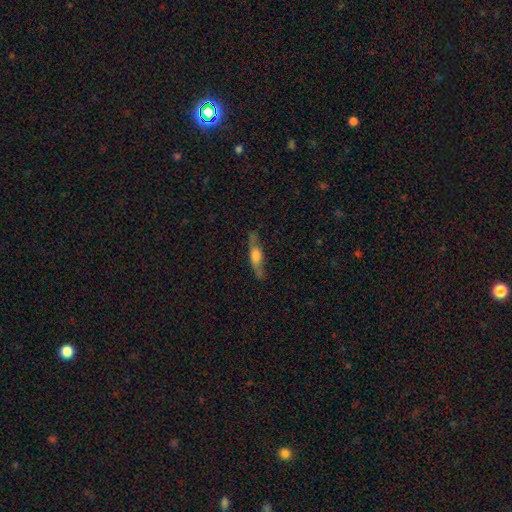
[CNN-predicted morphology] The model was most divided on "smooth or featured": featured or disk: 49%, smooth: 44%, star or artifact: 6%. More confident: merging — none (74%).